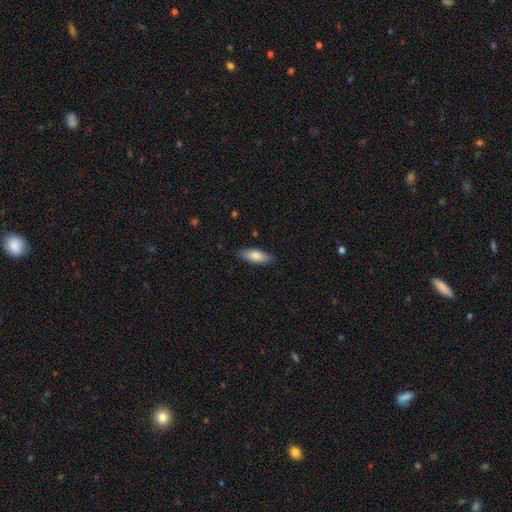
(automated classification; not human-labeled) This appears to be a smooth galaxy with no disk features (80%) that is in between round and cigar-shaped (67%). Merging: none (86%).